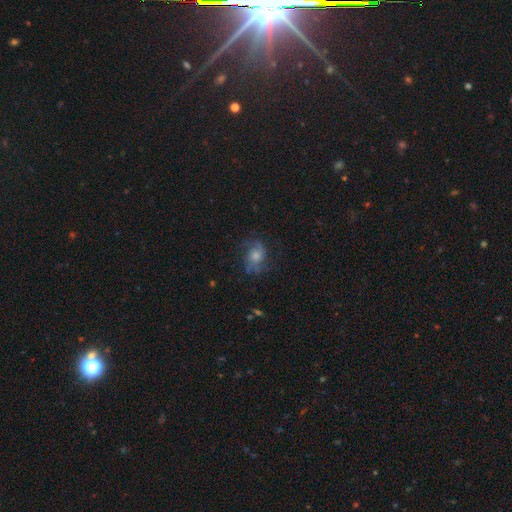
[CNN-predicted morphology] Smooth or featured?
  - featured or disk: 62% *
  - smooth: 22%
  - star or artifact: 15%
Edge-on disk?
  - no: 97% *
  - yes: 3%
Bar?
  - no: 70% *
  - weak: 26%
  - strong: 5%
Spiral arms?
  - yes: 90% *
  - no: 10%
Spiral winding?
  - medium: 48% *
  - loose: 29%
  - tight: 23%
Spiral arm count?
  - 2: 61% *
  - can't tell: 17%
  - 3: 12%
  - 1: 4%
  - 4: 3%
  - more than 4: 3%
Bulge size?
  - moderate: 50% *
  - small: 24%
  - large: 18%
  - none: 6%
  - dominant: 3%
Merging?
  - none: 71% *
  - minor disturbance: 17%
  - major disturbance: 11%
  - merger: 1%